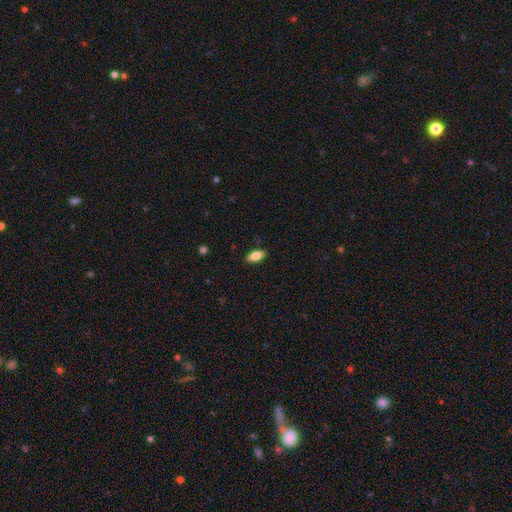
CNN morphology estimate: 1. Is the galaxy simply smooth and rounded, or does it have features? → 82% smooth, 10% featured or disk, 7% star or artifact.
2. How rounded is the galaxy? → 89% in between, 8% cigar-shaped, 3% round.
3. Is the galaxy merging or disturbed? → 88% none, 9% minor disturbance, 2% major disturbance, 1% merger.